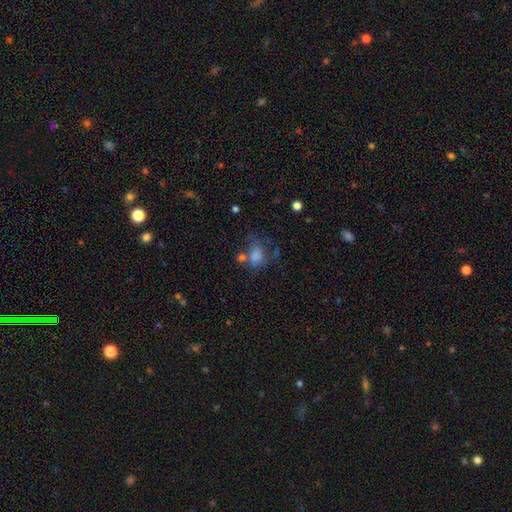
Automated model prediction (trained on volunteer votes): Q: Smooth or featured?
A: smooth (68%); runner-up: featured or disk (20%)
Q: How rounded?
A: in between (67%); runner-up: round (31%)
Q: Merging?
A: none (32%); runner-up: major disturbance (26%)